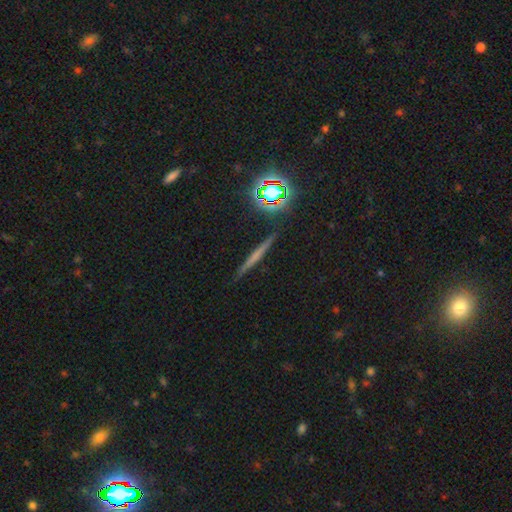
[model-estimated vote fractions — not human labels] Smooth or featured? Predicted: smooth (p=0.43). Merging? Predicted: none (p=0.88).